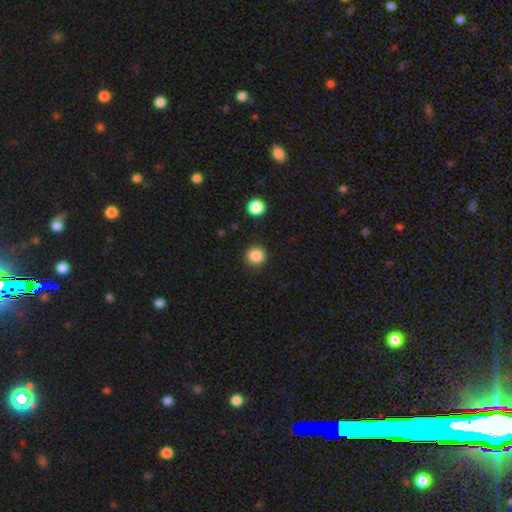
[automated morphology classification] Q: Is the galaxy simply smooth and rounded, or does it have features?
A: smooth — 86%.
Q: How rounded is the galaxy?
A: round — 94%.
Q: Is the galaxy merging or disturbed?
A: none — 91%.